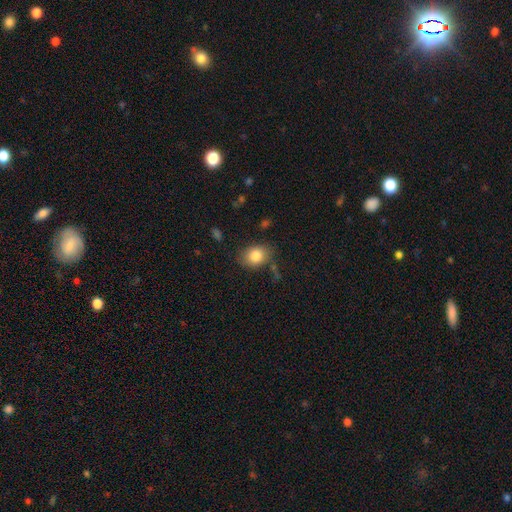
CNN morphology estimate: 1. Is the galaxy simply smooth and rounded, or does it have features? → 83% smooth, 9% star or artifact, 9% featured or disk.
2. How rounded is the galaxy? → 62% in between, 37% round, 1% cigar-shaped.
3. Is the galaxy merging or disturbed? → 78% none, 15% minor disturbance, 5% major disturbance, 3% merger.